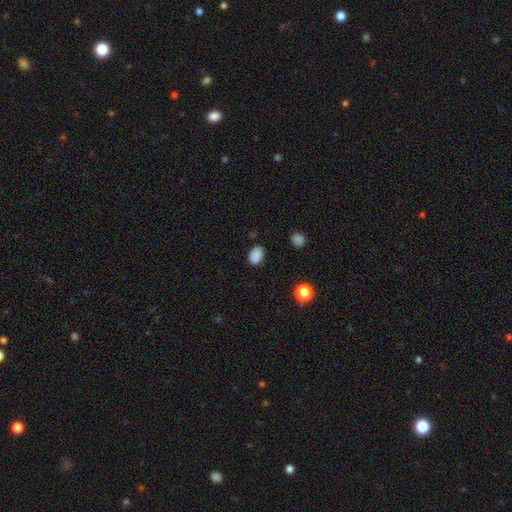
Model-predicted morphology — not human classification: This appears to be a smooth galaxy with no disk features (85%) that is in between round and cigar-shaped (80%). Merging: none (79%).